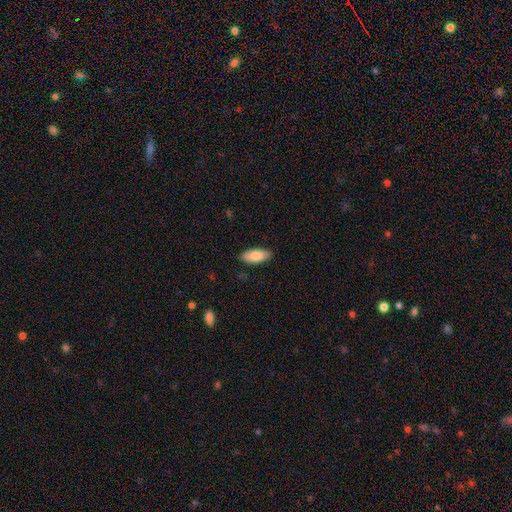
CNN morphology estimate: Smooth or featured?
  - smooth: 81% *
  - featured or disk: 13%
  - star or artifact: 6%
How rounded?
  - in between: 84% *
  - cigar-shaped: 14%
  - round: 2%
Merging?
  - none: 86% *
  - minor disturbance: 11%
  - major disturbance: 2%
  - merger: 1%